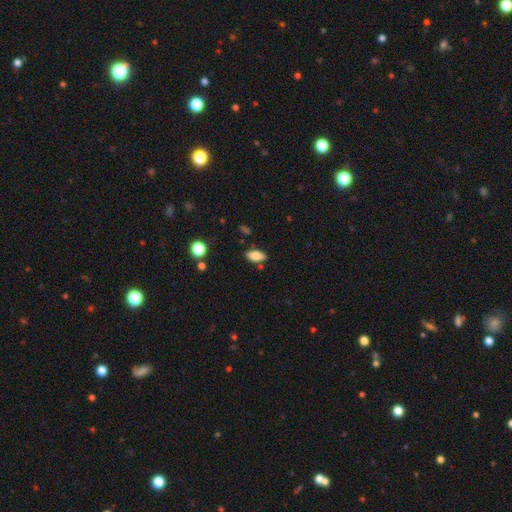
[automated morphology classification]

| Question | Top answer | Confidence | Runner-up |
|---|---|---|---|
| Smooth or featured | smooth | 82% | featured or disk (10%) |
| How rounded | in between | 90% | cigar-shaped (6%) |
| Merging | none | 79% | minor disturbance (13%) |